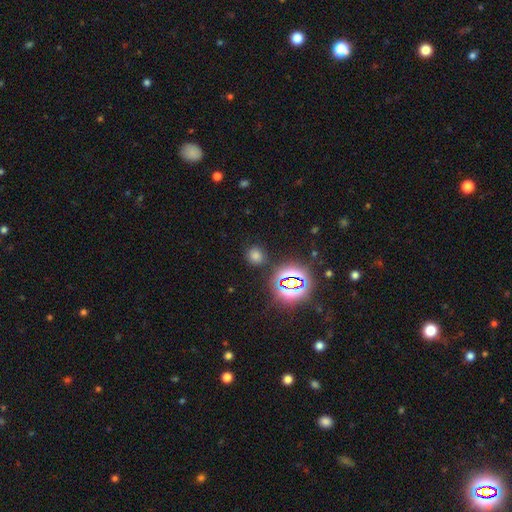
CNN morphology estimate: Smooth or featured? smooth (65%)
How rounded? round (83%)
Merging? none (85%)